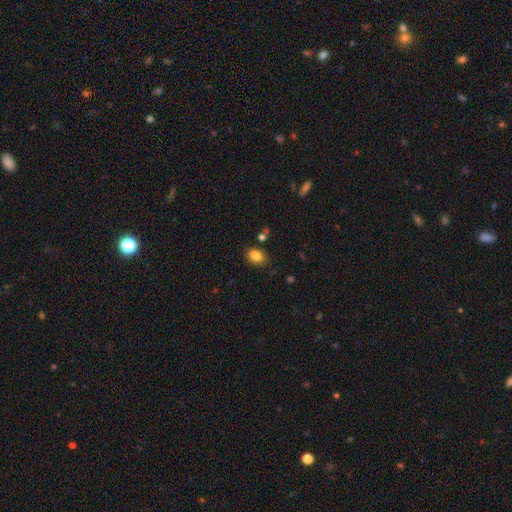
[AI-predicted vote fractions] This is clearly a smooth galaxy (84%). How rounded: likely in between (73%). Merging: likely none (79%).